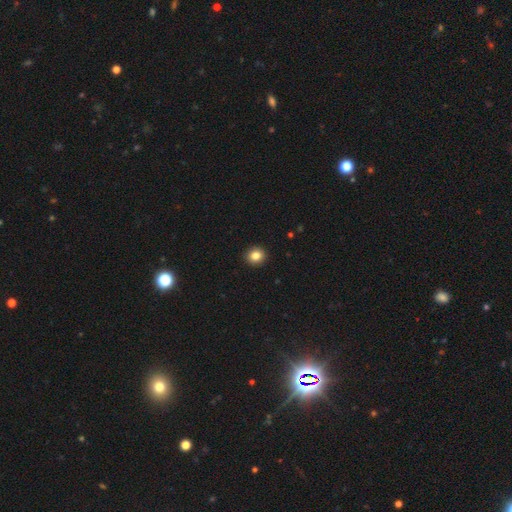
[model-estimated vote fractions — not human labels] Smooth or featured? Predicted: smooth (p=0.84). How rounded? Predicted: round (p=0.86). Merging? Predicted: none (p=0.93).